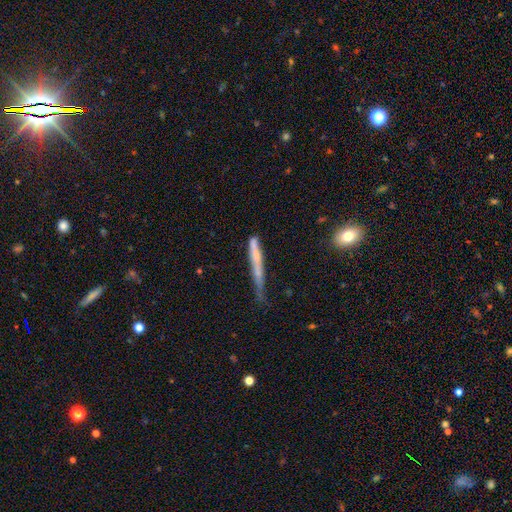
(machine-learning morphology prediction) Smooth or featured? smooth (52%)
How rounded? cigar-shaped (95%)
Merging? none (47%)